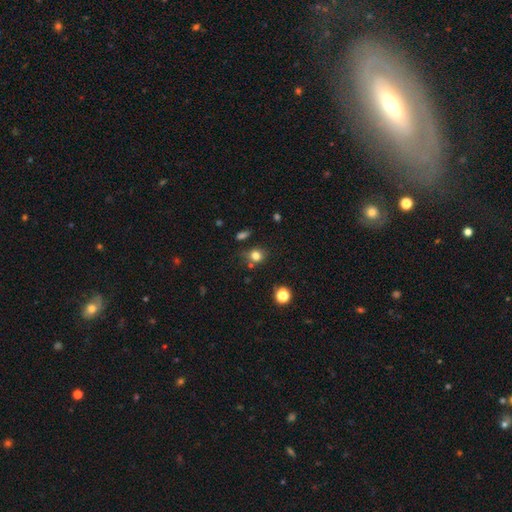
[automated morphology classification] Overall: smooth (78%). How rounded: round (75%). Merging: none (67%).